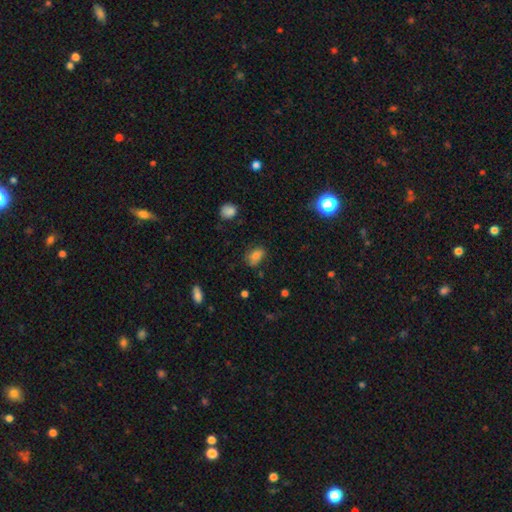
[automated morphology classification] This is likely a smooth galaxy (79%). How rounded: clearly in between (82%). Merging: likely none (66%).